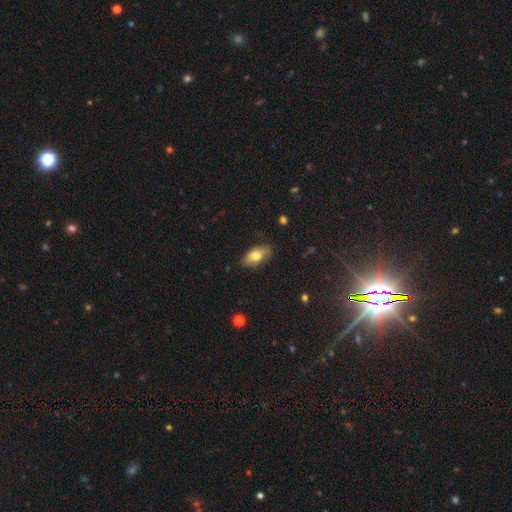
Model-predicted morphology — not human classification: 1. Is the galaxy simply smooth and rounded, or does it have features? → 74% smooth, 18% featured or disk, 7% star or artifact.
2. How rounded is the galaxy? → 88% in between, 7% cigar-shaped, 5% round.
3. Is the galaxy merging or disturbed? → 82% none, 14% minor disturbance, 3% major disturbance, 1% merger.